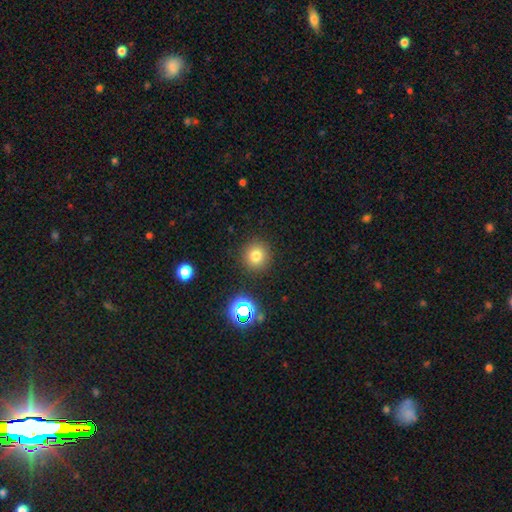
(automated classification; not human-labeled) Q: Smooth or featured?
A: smooth (76%); runner-up: star or artifact (16%)
Q: How rounded?
A: round (93%); runner-up: in between (6%)
Q: Merging?
A: none (89%); runner-up: minor disturbance (6%)